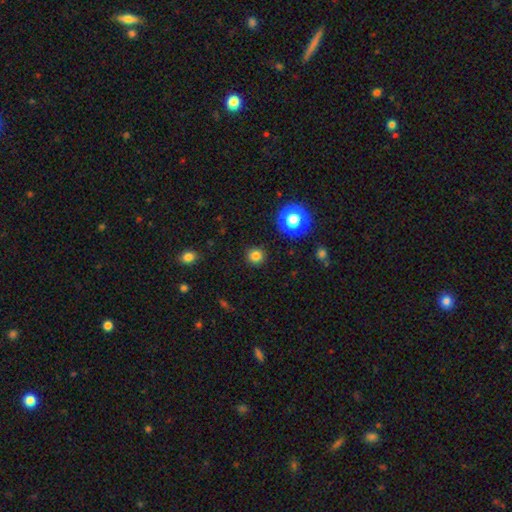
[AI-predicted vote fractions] Morphology: type=smooth (80%); roundness=round (94%); merging=none (91%).